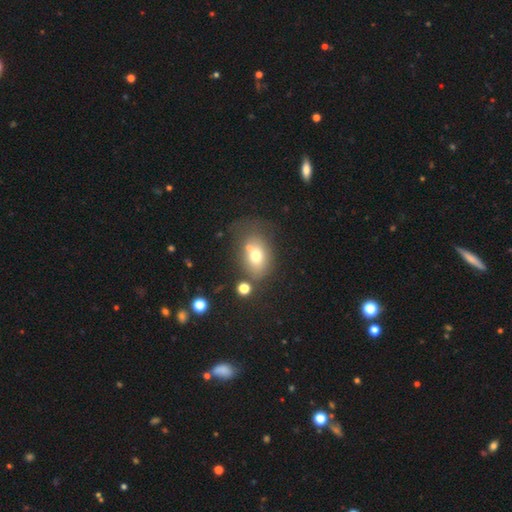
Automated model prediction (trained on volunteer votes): Overall: smooth (68%). How rounded: in between (71%). Merging: none (46%; merger 21%).